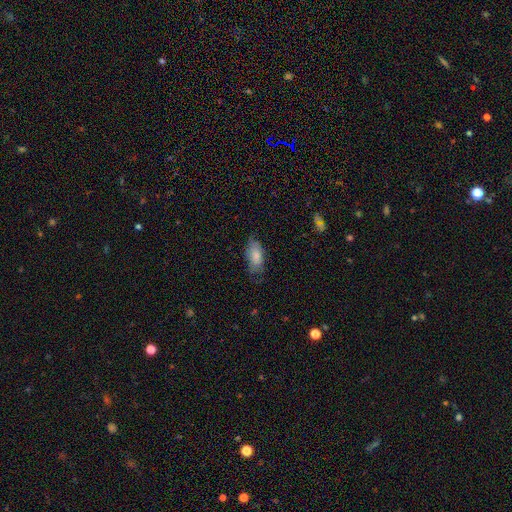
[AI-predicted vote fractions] The model was most divided on "merging": none: 64%, minor disturbance: 27%, major disturbance: 8%, merger: 1%. More confident: how rounded — in between (87%); smooth or featured — smooth (78%).